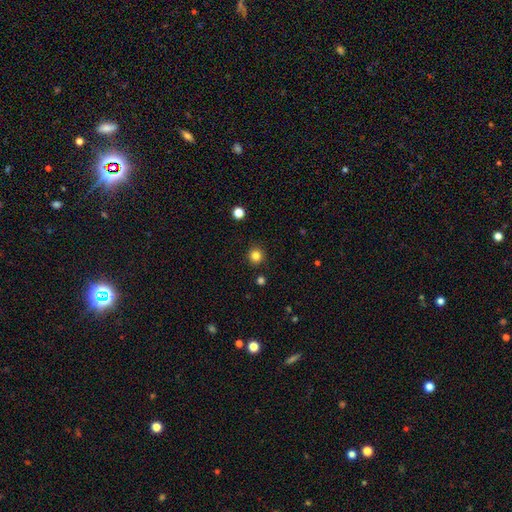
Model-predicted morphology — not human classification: smooth 83%, star or artifact 12%, featured or disk 5%. Down the decision tree: how rounded — round (94%); merging — none (91%).